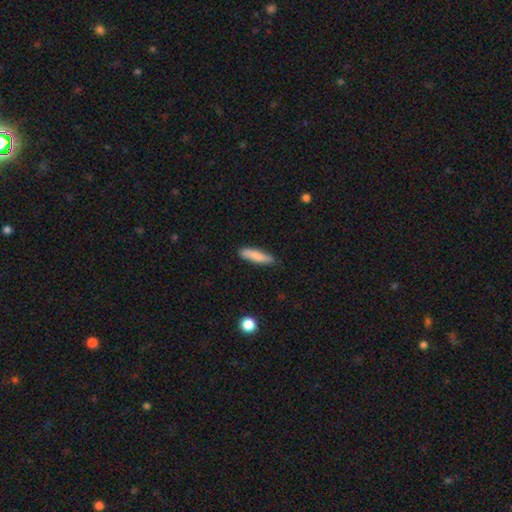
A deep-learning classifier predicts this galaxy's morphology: This appears to be a smooth galaxy with no disk features (80%) that is cigar-shaped (75%). Merging: none (84%).